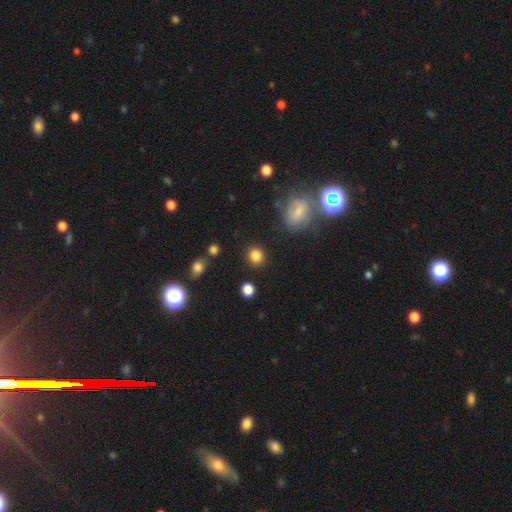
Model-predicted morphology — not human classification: smooth_or_featured: smooth (p=0.84) [alt: star or artifact p=0.11]
how_rounded: round (p=0.78) [alt: in between p=0.20]
merging: none (p=0.88) [alt: minor disturbance p=0.07]